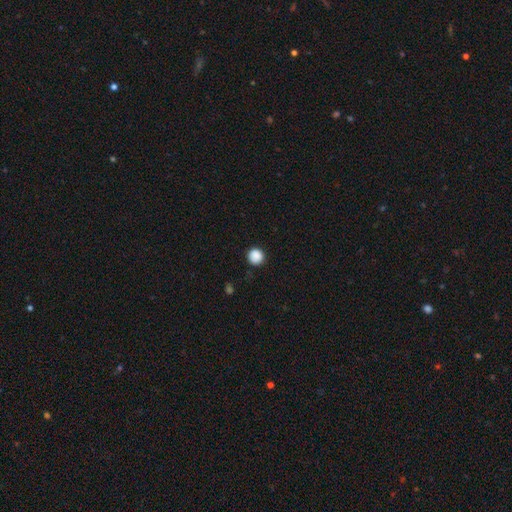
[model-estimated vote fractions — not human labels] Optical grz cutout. It shows a smooth galaxy with no disk features (88%) that is round (93%). Merging: none (89%).